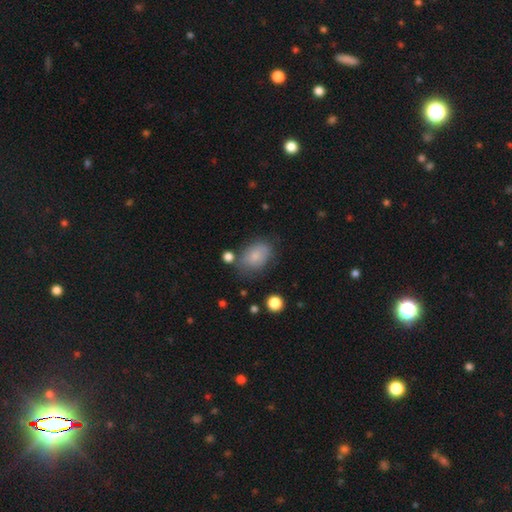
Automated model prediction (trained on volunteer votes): Q: Smooth or featured?
A: smooth (77%); runner-up: featured or disk (14%)
Q: How rounded?
A: in between (79%); runner-up: round (19%)
Q: Merging?
A: none (64%); runner-up: minor disturbance (22%)